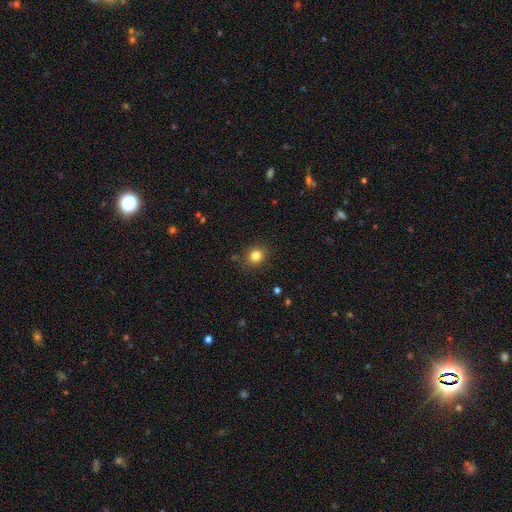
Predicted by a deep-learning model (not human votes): A smooth galaxy with no disk features (82%) that is round (72%).

Vote fractions:
- Smooth or featured? smooth: 82% / star or artifact: 12% / featured or disk: 6%
- How rounded? round: 72% / in between: 27% / cigar-shaped: 1%
- Merging? none: 86% / minor disturbance: 9% / major disturbance: 3% / merger: 2%